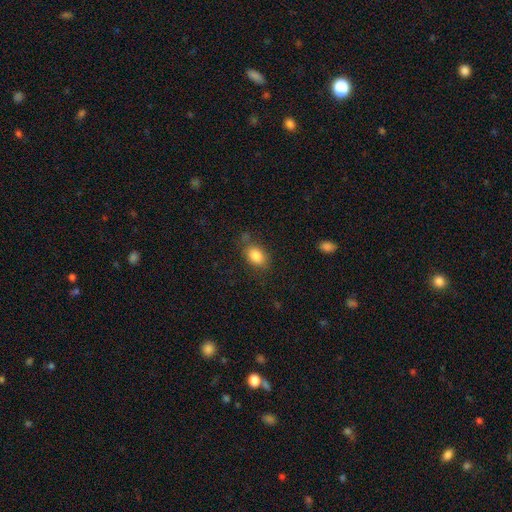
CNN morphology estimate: Smooth or featured: smooth — 85% (star or artifact — 8%)
How rounded: in between — 81% (round — 18%)
Merging: none — 74% (minor disturbance — 17%)